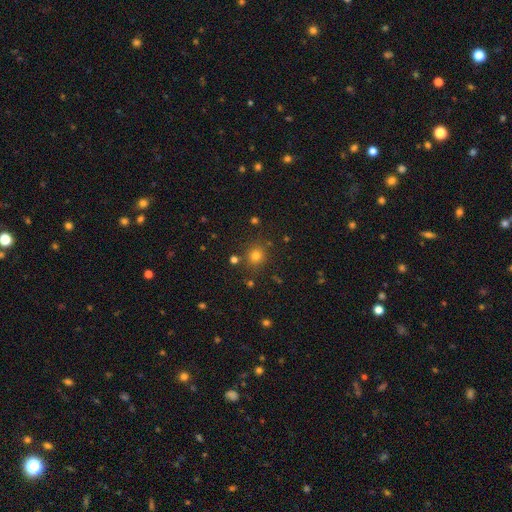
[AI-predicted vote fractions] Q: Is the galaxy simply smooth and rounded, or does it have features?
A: smooth — 76%.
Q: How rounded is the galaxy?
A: round — 87%.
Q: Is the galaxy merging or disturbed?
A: none — 83%.